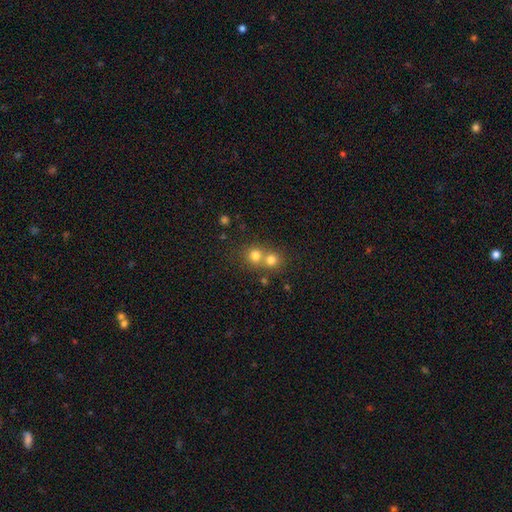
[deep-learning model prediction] smooth-or-featured: smooth: 75% | star or artifact: 15% | featured or disk: 11%
  how-rounded: round: 87% | in between: 12% | cigar-shaped: 1%
  merging: merger: 53% | none: 40% | minor disturbance: 4% | major disturbance: 2%